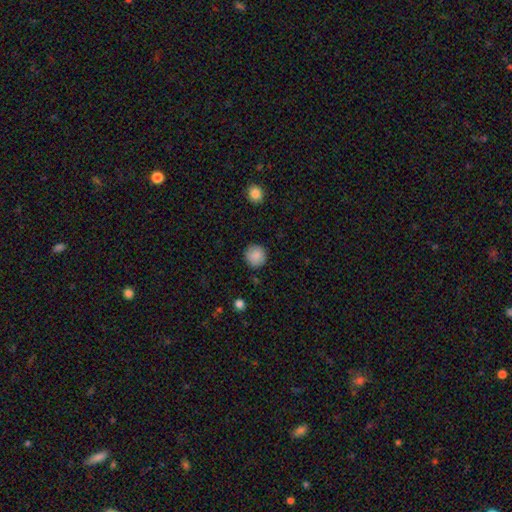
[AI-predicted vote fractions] Smooth or featured? smooth (87%)
How rounded? round (94%)
Merging? none (89%)